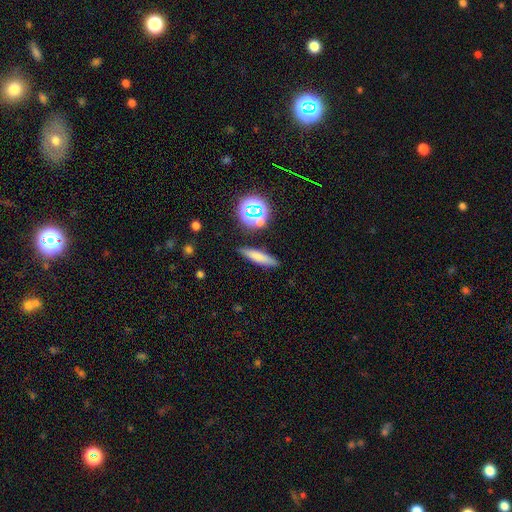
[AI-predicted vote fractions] Smooth or featured: smooth — 69% (featured or disk — 17%)
How rounded: cigar-shaped — 77% (in between — 19%)
Merging: none — 84% (minor disturbance — 10%)